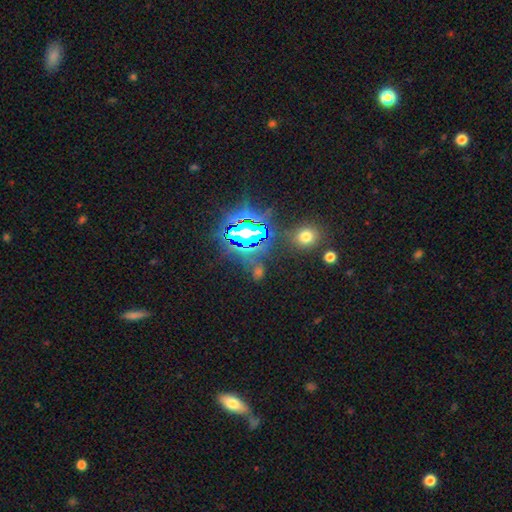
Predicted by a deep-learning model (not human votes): Smooth or featured: star or artifact — 80% (smooth — 12%)